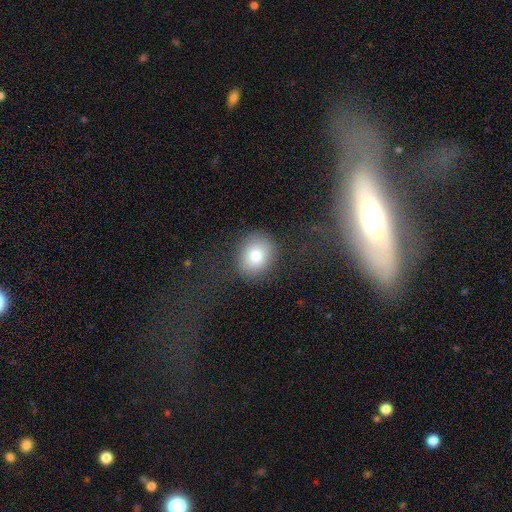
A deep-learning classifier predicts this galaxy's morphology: Smooth or featured? Predicted: smooth (p=0.80). How rounded? Predicted: round (p=0.67). Merging? Predicted: none (p=0.81).